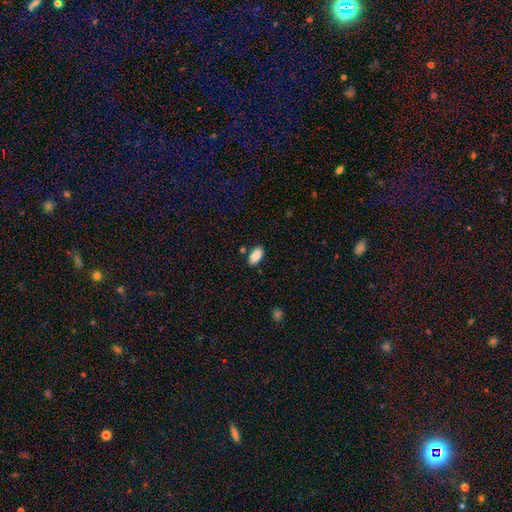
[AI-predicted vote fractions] smooth-or-featured: smooth: 89% | star or artifact: 7% | featured or disk: 4%
  how-rounded: in between: 93% | cigar-shaped: 5% | round: 2%
  merging: none: 84% | minor disturbance: 10% | merger: 3% | major disturbance: 2%